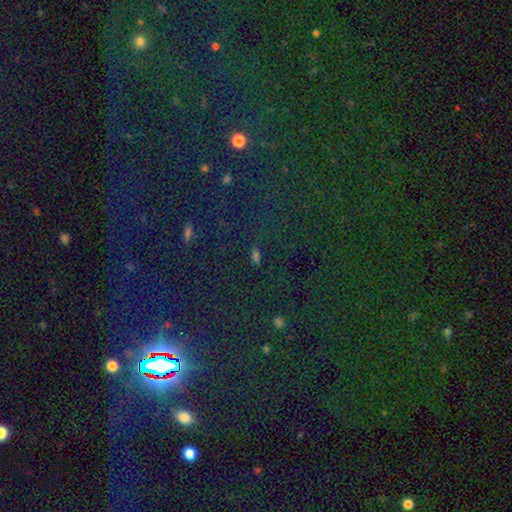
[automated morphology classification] A star or artifact, not a galaxy (49%).